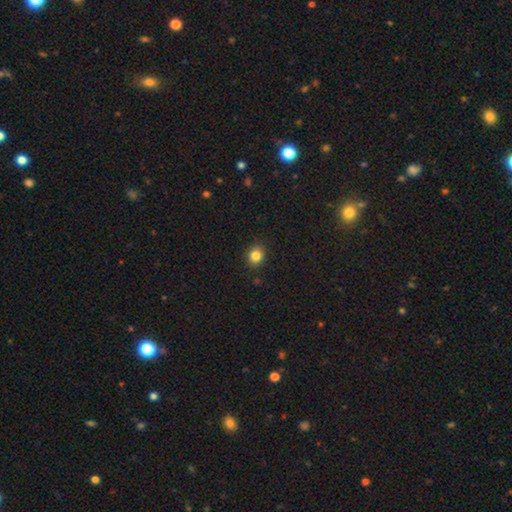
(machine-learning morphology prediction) The model was most divided on "how rounded": round: 57%, in between: 42%, cigar-shaped: 1%. More confident: merging — none (89%); smooth or featured — smooth (84%).